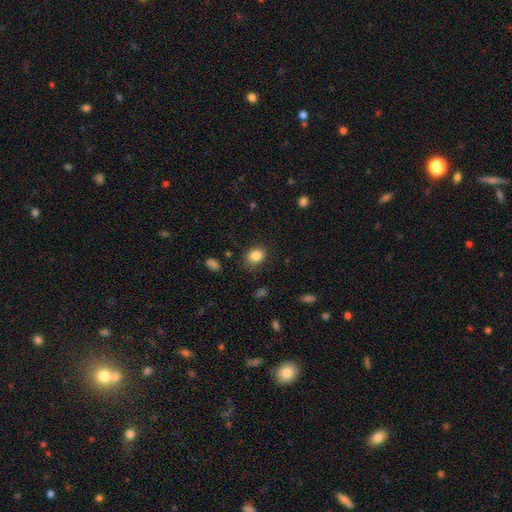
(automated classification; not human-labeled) This is clearly a smooth galaxy (85%). How rounded: possibly in between (57%). Merging: likely none (77%).